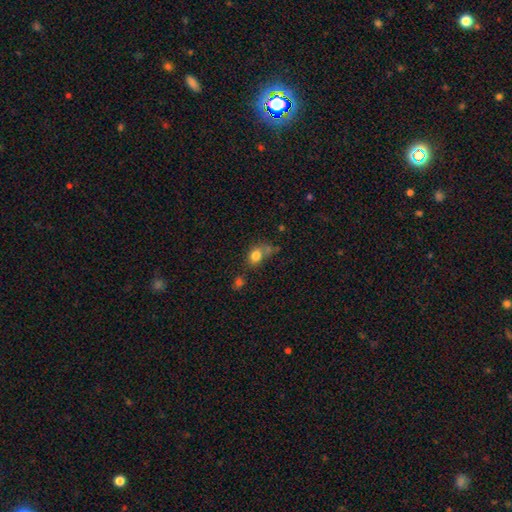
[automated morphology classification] The model was most divided on "how rounded": round: 51%, in between: 47%, cigar-shaped: 2%. Remaining: smooth or featured — smooth (79%); merging — none (42%).